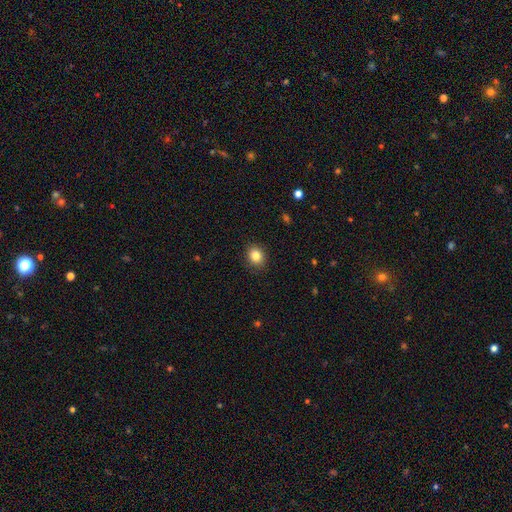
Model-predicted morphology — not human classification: Smooth or featured?
  - smooth: 84% *
  - star or artifact: 10%
  - featured or disk: 6%
How rounded?
  - round: 68% *
  - in between: 31%
  - cigar-shaped: 1%
Merging?
  - none: 89% *
  - minor disturbance: 8%
  - major disturbance: 2%
  - merger: 1%